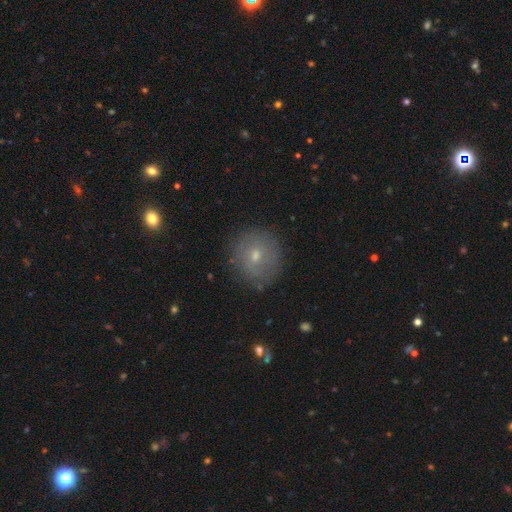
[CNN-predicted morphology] A smooth galaxy with no disk features (63%) that is round (91%).

Vote fractions:
- Smooth or featured? smooth: 63% / featured or disk: 24% / star or artifact: 13%
- How rounded? round: 91% / in between: 8% / cigar-shaped: 1%
- Merging? none: 84% / minor disturbance: 11% / major disturbance: 4% / merger: 1%